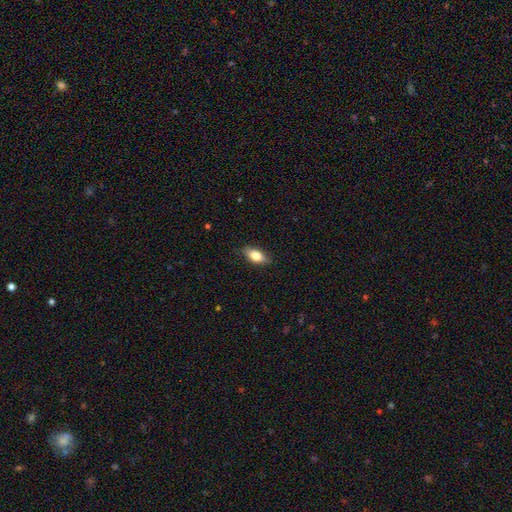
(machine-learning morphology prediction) A smooth galaxy with no disk features (73%) that is in between round and cigar-shaped (83%).

Vote fractions:
- Smooth or featured? smooth: 73% / featured or disk: 19% / star or artifact: 7%
- How rounded? in between: 83% / cigar-shaped: 13% / round: 5%
- Merging? none: 83% / minor disturbance: 14% / major disturbance: 3% / merger: 1%